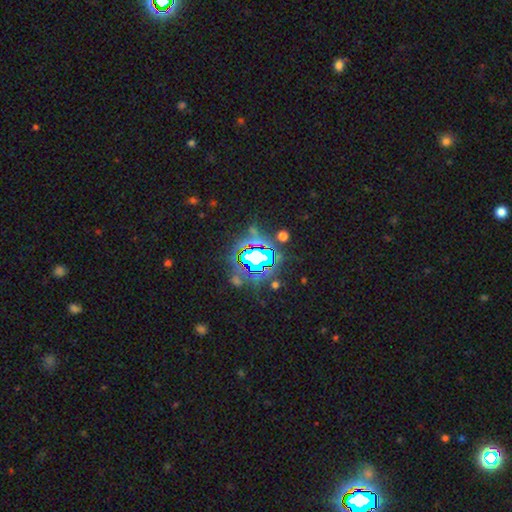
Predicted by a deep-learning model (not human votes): Overall: star or artifact (73%).